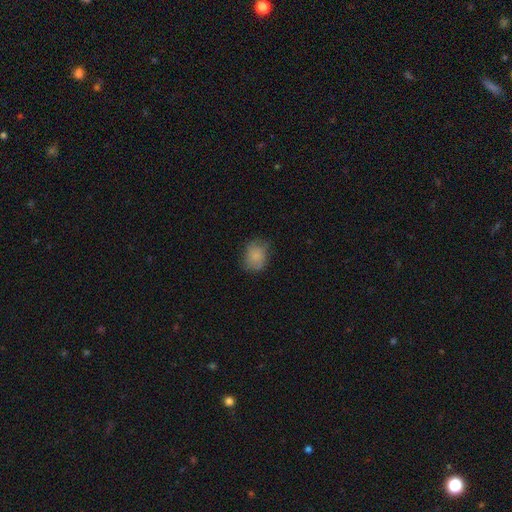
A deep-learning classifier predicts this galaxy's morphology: Smooth or featured: smooth — 79% (featured or disk — 13%)
How rounded: round — 56% (in between — 43%)
Merging: none — 62% (minor disturbance — 28%)